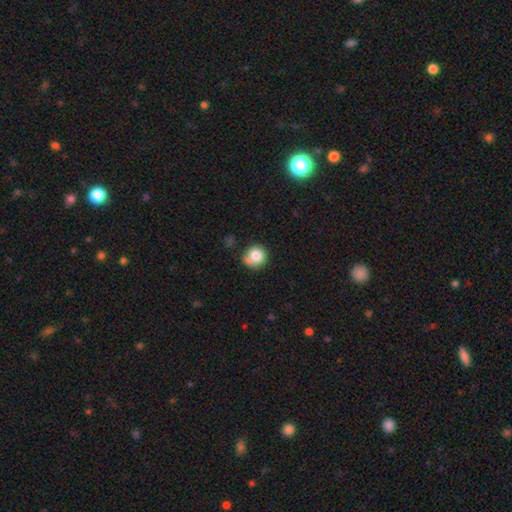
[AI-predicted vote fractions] smooth_or_featured: smooth (p=0.81) [alt: featured or disk p=0.10]
how_rounded: round (p=0.88) [alt: in between p=0.11]
merging: none (p=0.62) [alt: minor disturbance p=0.25]